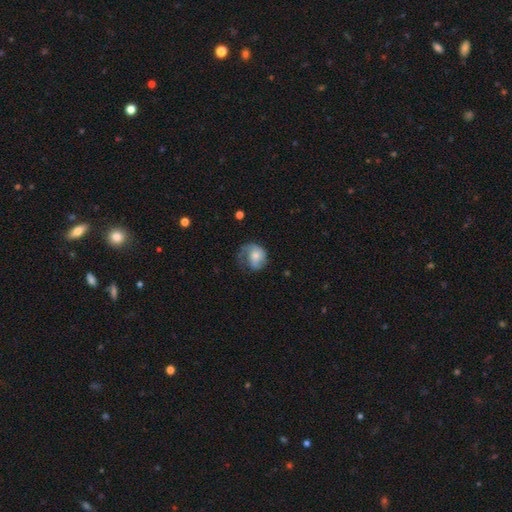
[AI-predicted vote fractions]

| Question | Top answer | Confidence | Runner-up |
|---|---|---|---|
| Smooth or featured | smooth | 47% | featured or disk (46%) |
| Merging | none | 37% | major disturbance (34%) |